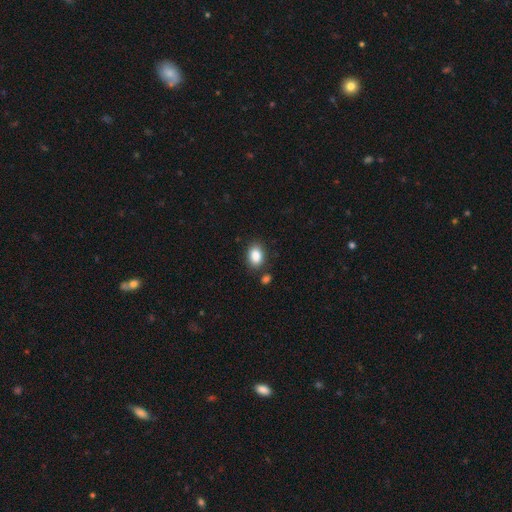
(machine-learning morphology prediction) A smooth galaxy with no disk features (87%) that is in between round and cigar-shaped (75%). Merging: none (79%).